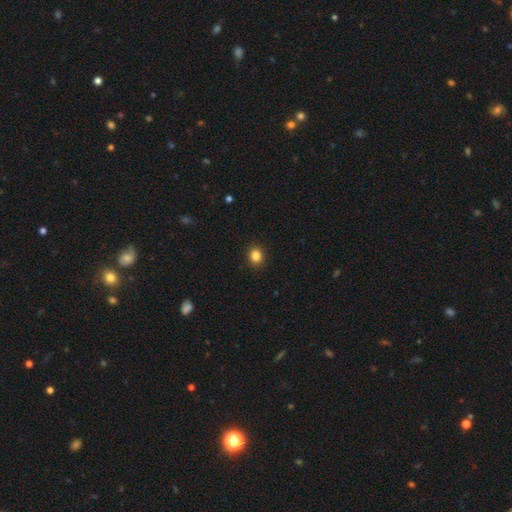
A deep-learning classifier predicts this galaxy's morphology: smooth-or-featured: smooth: 85% | star or artifact: 11% | featured or disk: 4%
  how-rounded: round: 68% | in between: 31% | cigar-shaped: 1%
  merging: none: 90% | minor disturbance: 7% | major disturbance: 2% | merger: 1%